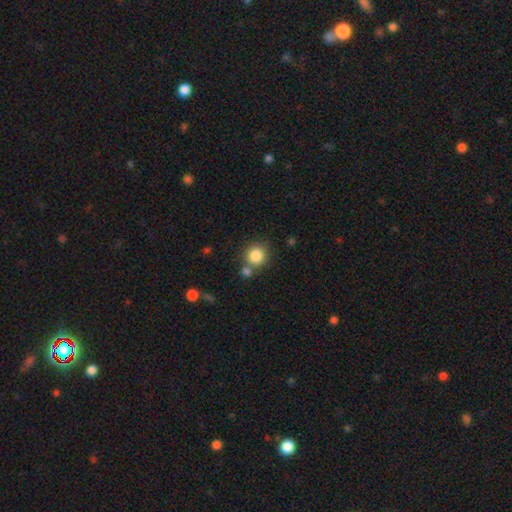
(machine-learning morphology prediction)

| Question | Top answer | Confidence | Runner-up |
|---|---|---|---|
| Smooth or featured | smooth | 84% | star or artifact (10%) |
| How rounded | round | 88% | in between (11%) |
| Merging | none | 68% | merger (18%) |